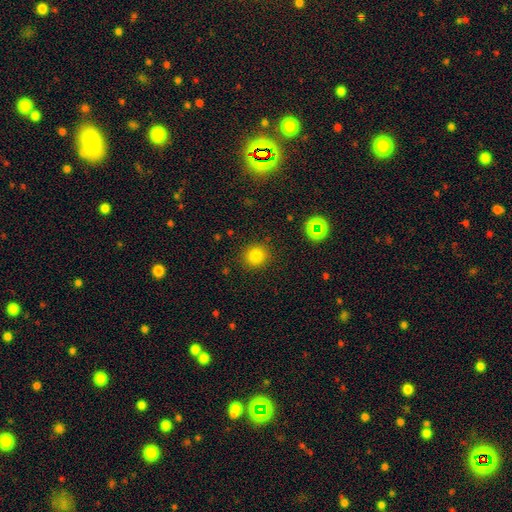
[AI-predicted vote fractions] Smooth or featured?
  - smooth: 81% *
  - star or artifact: 14%
  - featured or disk: 5%
How rounded?
  - round: 89% *
  - in between: 10%
  - cigar-shaped: 1%
Merging?
  - none: 89% *
  - minor disturbance: 7%
  - major disturbance: 3%
  - merger: 1%